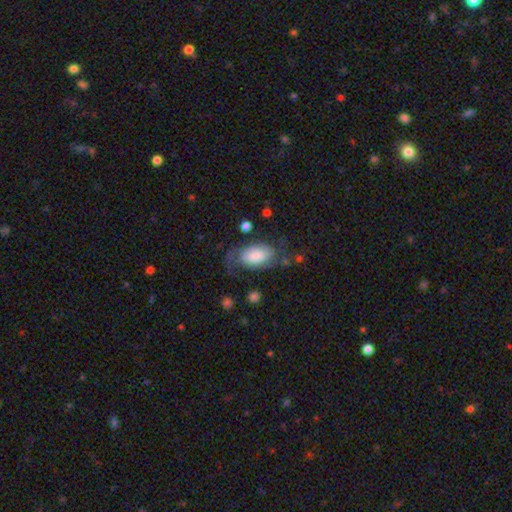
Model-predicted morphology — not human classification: smooth-or-featured: featured or disk: 50% | smooth: 43% | star or artifact: 7%
  disk-edge-on: no: 94% | yes: 6%
  merging: none: 46% | major disturbance: 27% | minor disturbance: 24% | merger: 3%